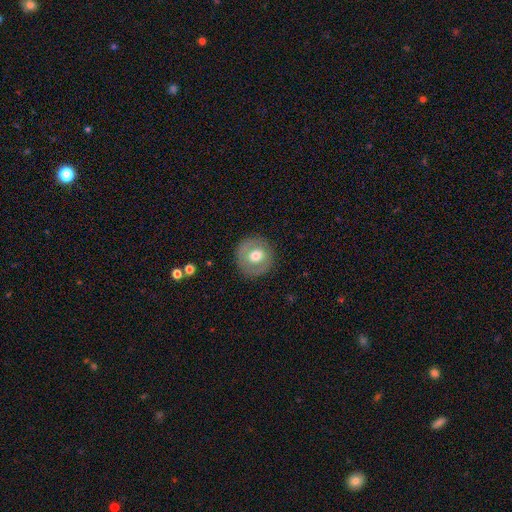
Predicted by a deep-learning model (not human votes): A smooth galaxy with no disk features (59%) that is round (92%).

Vote fractions:
- Smooth or featured? smooth: 59% / featured or disk: 33% / star or artifact: 8%
- How rounded? round: 92% / in between: 7% / cigar-shaped: 1%
- Merging? none: 87% / minor disturbance: 8% / major disturbance: 3% / merger: 1%